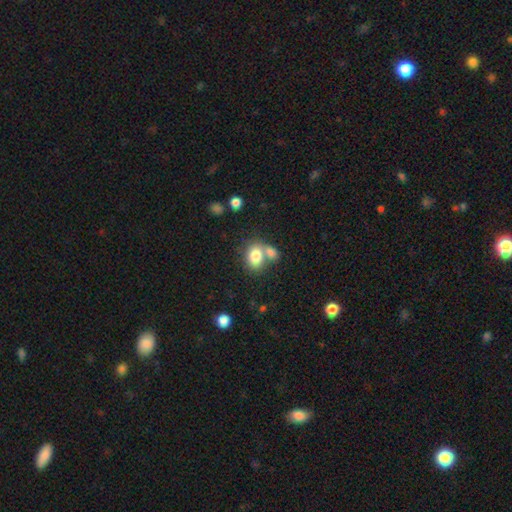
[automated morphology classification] The model was most divided on "merging": merger: 46%, none: 39%, minor disturbance: 10%, major disturbance: 5%. More confident: smooth or featured — smooth (80%); how rounded — in between (70%).